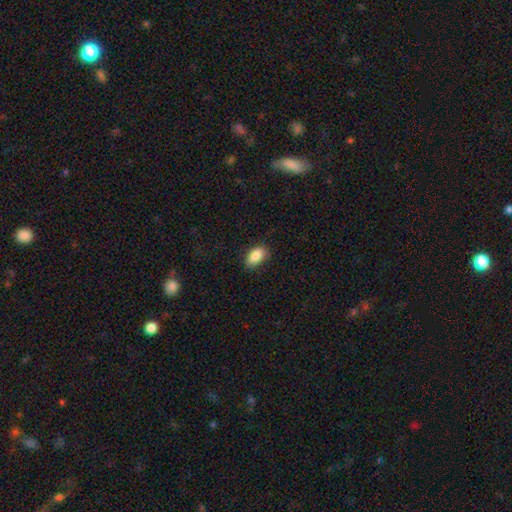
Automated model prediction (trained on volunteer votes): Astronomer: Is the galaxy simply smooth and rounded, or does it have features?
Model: smooth — 87%.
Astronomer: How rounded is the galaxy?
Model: in between — 91%.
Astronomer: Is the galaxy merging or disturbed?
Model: none — 78%.